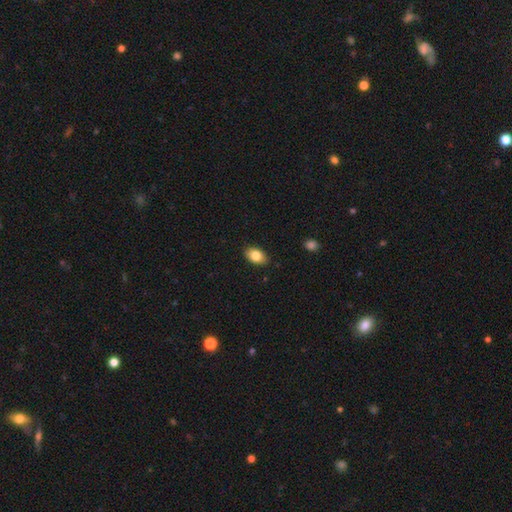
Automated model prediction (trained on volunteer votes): Morphology: type=smooth (82%); roundness=in between (88%); merging=none (86%).